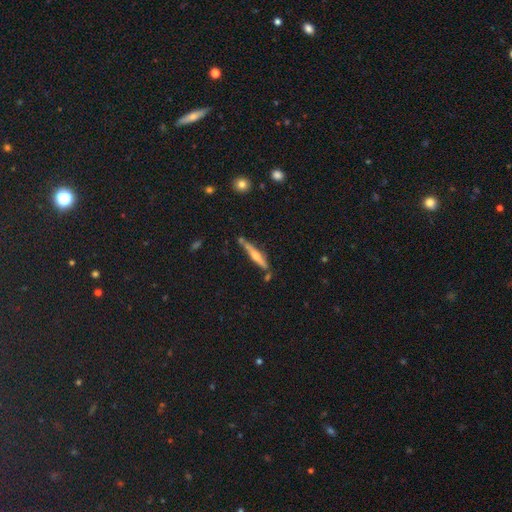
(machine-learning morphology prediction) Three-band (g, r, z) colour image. It shows a featured or disk galaxy (62%) viewed edge-on (96%) with a rounded central bulge (82%). Merging: none (76%).